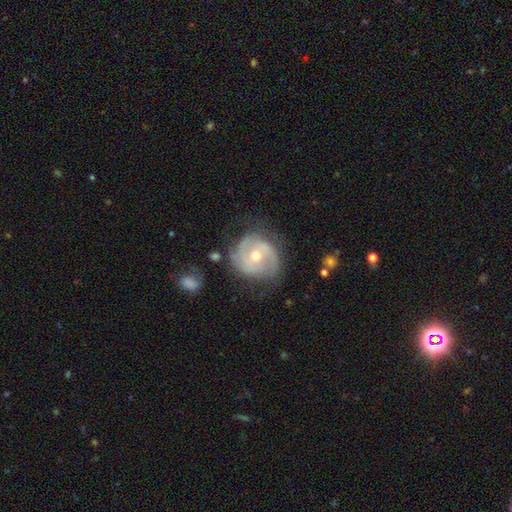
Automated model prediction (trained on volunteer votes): featured or disk 74%, smooth 20%, star or artifact 6%. Down the decision tree: edge-on disk — no (97%); bar — no (65%); spiral arms — yes (84%); spiral arm count — 2 (51%); spiral winding — tight (49%); bulge size — moderate (57%); merging — none (63%).